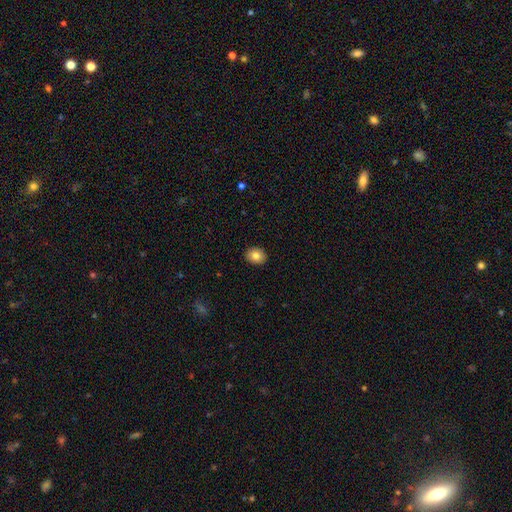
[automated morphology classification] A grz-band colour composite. It shows a smooth galaxy with no disk features (81%) that is round (57%). Merging: none (90%).